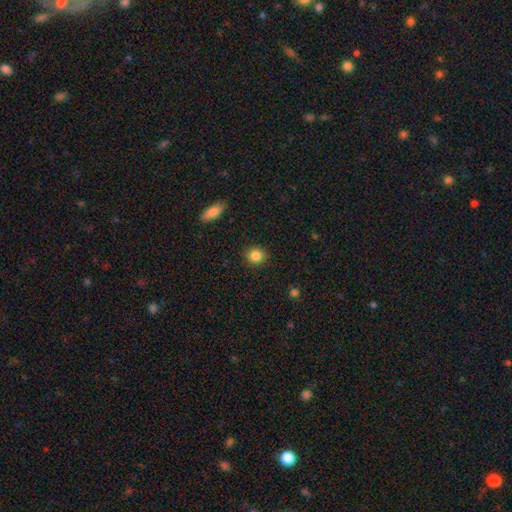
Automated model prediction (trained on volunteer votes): smooth 85%, star or artifact 9%, featured or disk 5%. Down the decision tree: how rounded — round (78%); merging — none (90%).